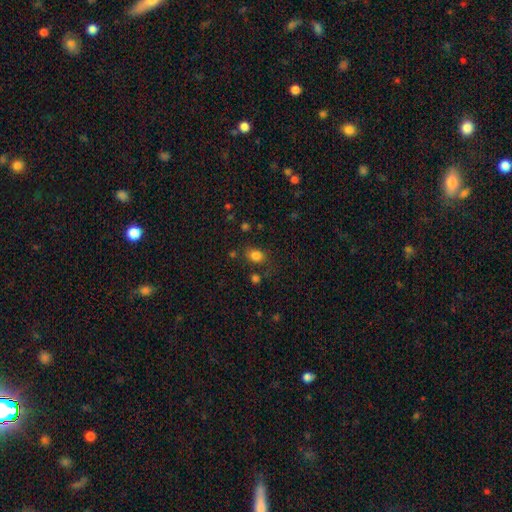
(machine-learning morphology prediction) A smooth galaxy with no disk features (81%) that is in between round and cigar-shaped (58%). Merging: none (73%).